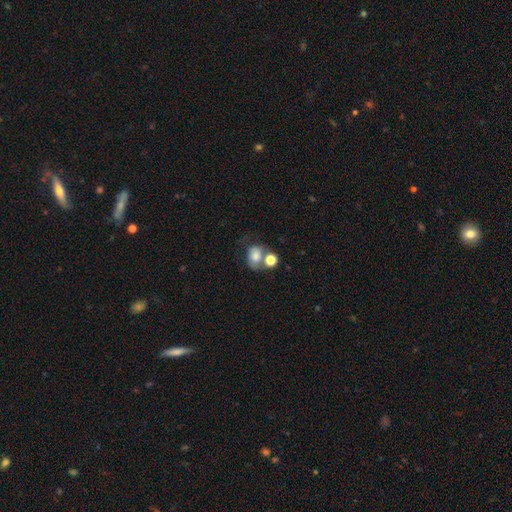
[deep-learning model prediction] Smooth or featured? smooth (72%)
How rounded? round (52%)
Merging? merger (37%)